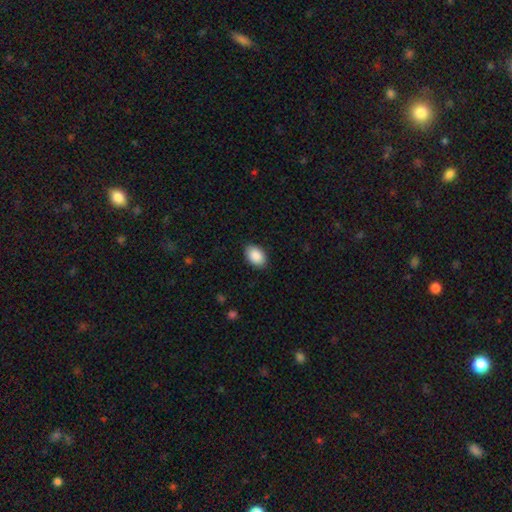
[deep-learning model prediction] smooth_or_featured: smooth (p=0.90) [alt: star or artifact p=0.06]
how_rounded: in between (p=0.88) [alt: round p=0.11]
merging: none (p=0.87) [alt: minor disturbance p=0.10]